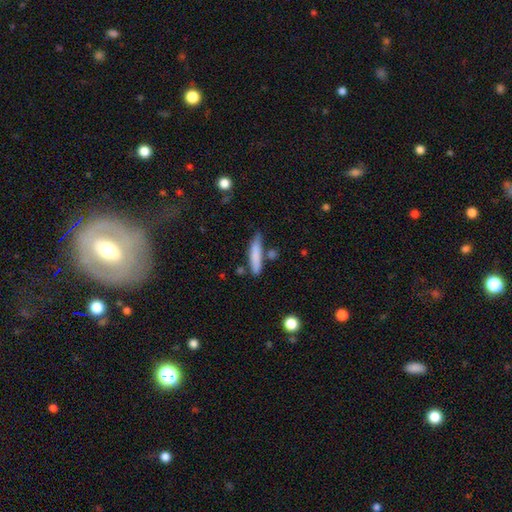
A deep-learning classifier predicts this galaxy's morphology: smooth-or-featured: smooth: 79% | featured or disk: 15% | star or artifact: 7%
  how-rounded: cigar-shaped: 84% | in between: 14% | round: 2%
  merging: none: 66% | minor disturbance: 20% | merger: 9% | major disturbance: 5%